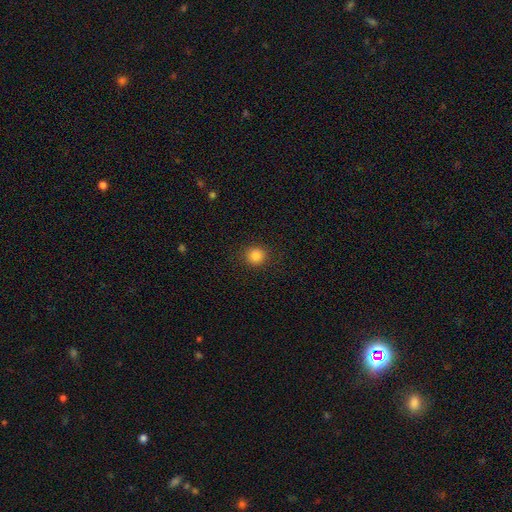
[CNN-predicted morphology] smooth_or_featured: smooth (p=0.84) [alt: star or artifact p=0.11]
how_rounded: round (p=0.90) [alt: in between p=0.09]
merging: none (p=0.90) [alt: minor disturbance p=0.07]